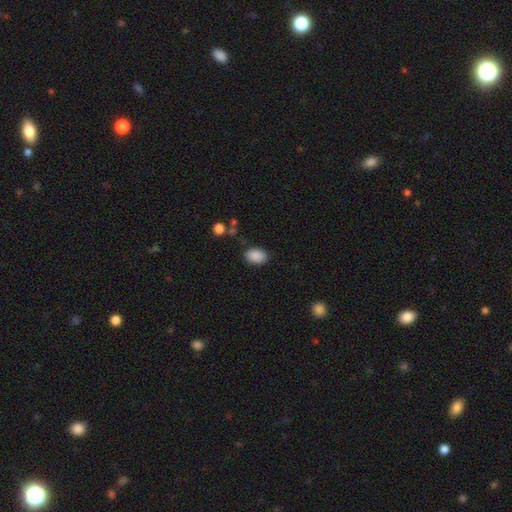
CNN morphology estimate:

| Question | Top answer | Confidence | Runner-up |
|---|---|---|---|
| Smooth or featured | smooth | 89% | star or artifact (8%) |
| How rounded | in between | 84% | round (15%) |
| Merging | none | 85% | minor disturbance (11%) |